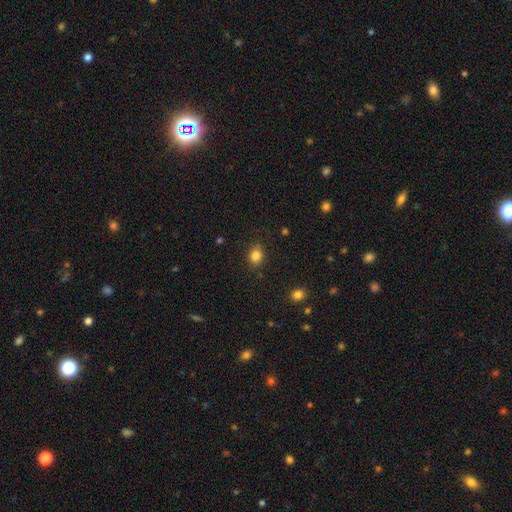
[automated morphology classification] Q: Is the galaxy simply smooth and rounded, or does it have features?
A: smooth — 84%.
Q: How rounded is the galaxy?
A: round — 62%.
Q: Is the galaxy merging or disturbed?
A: none — 84%.